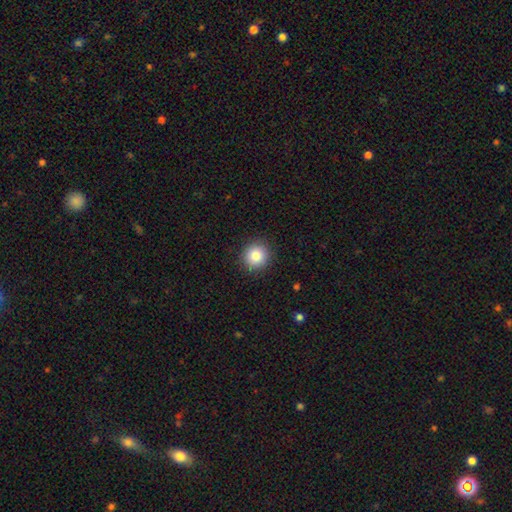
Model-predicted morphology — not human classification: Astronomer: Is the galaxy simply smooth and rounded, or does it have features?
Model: smooth — 85%.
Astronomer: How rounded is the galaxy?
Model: round — 91%.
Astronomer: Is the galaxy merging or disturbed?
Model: none — 91%.